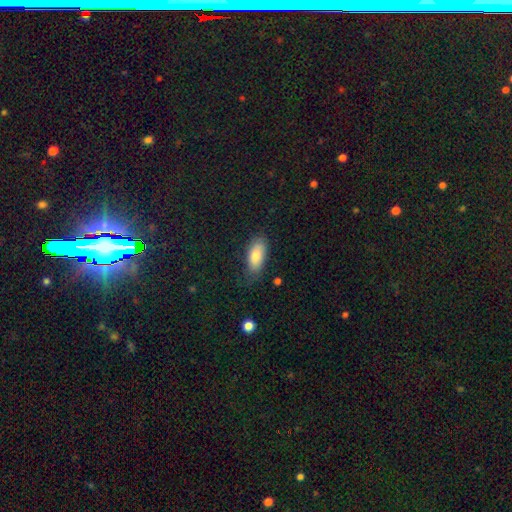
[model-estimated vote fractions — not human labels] Q: Smooth or featured?
A: smooth (83%); runner-up: featured or disk (10%)
Q: How rounded?
A: in between (86%); runner-up: cigar-shaped (12%)
Q: Merging?
A: none (72%); runner-up: minor disturbance (21%)